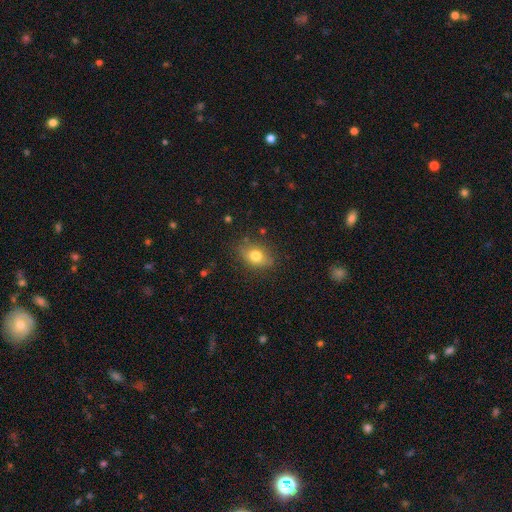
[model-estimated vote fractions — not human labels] Smooth or featured? Predicted: smooth (p=0.75). How rounded? Predicted: in between (p=0.73). Merging? Predicted: none (p=0.79).